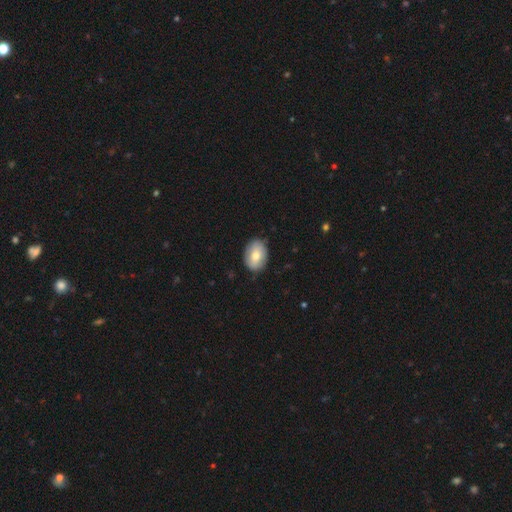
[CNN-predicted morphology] Smooth or featured? smooth (73%)
How rounded? in between (78%)
Merging? none (83%)